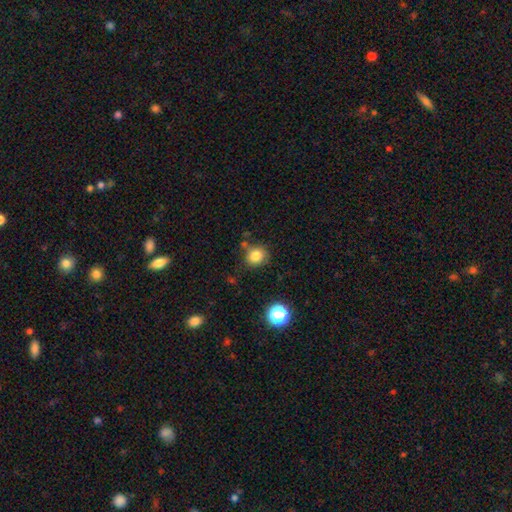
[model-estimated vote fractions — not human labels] This is clearly a smooth galaxy (81%). How rounded: clearly round (81%). Merging: likely none (77%).